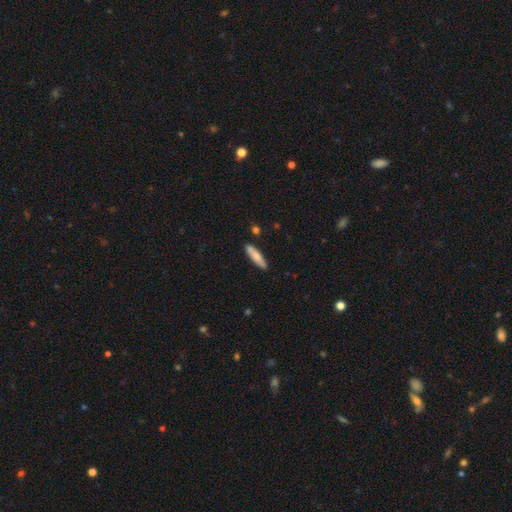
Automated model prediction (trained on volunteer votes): Smooth or featured?
  - smooth: 70% *
  - featured or disk: 24%
  - star or artifact: 6%
How rounded?
  - cigar-shaped: 77% *
  - in between: 22%
  - round: 2%
Merging?
  - none: 82% *
  - minor disturbance: 12%
  - merger: 4%
  - major disturbance: 2%